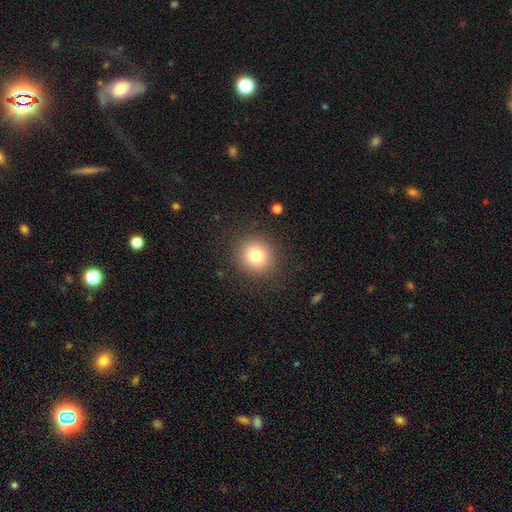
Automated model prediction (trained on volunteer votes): Smooth or featured: smooth — 79% (star or artifact — 12%)
How rounded: round — 89% (in between — 10%)
Merging: none — 88% (minor disturbance — 7%)